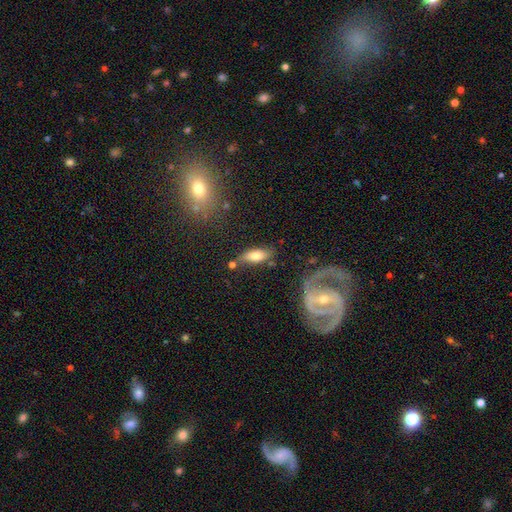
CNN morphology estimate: Overall: smooth (69%). How rounded: in between (77%). Merging: none (65%).